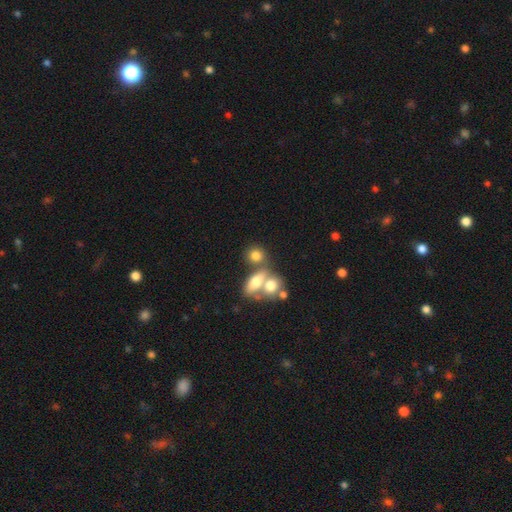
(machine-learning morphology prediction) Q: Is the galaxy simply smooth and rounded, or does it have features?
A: smooth — 74%.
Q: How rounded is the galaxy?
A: round — 60%.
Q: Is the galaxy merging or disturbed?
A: none — 44%.